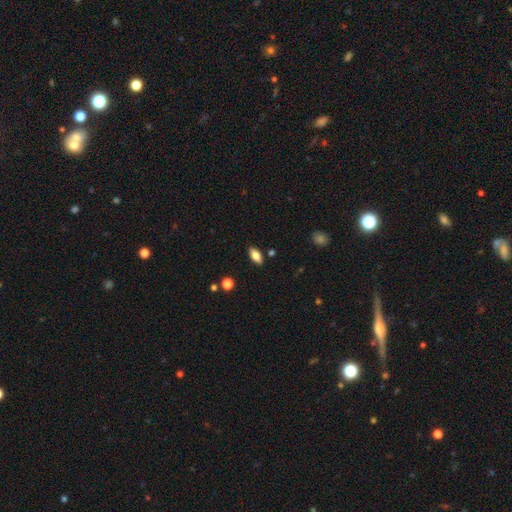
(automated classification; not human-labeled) Q: Smooth or featured?
A: smooth (75%); runner-up: featured or disk (17%)
Q: How rounded?
A: in between (85%); runner-up: cigar-shaped (11%)
Q: Merging?
A: none (87%); runner-up: minor disturbance (9%)